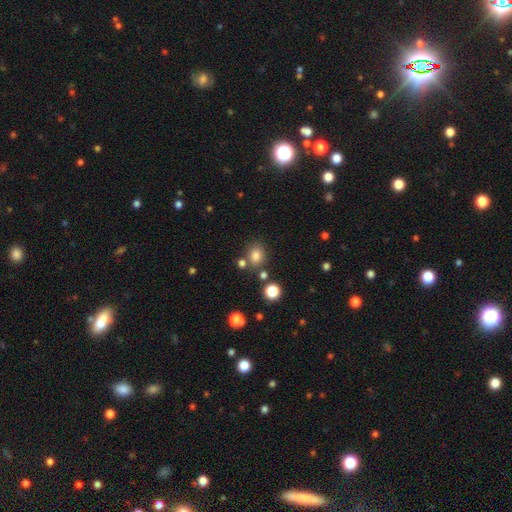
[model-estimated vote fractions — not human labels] A smooth galaxy with no disk features (80%) that is round (60%). Merging: none (74%).